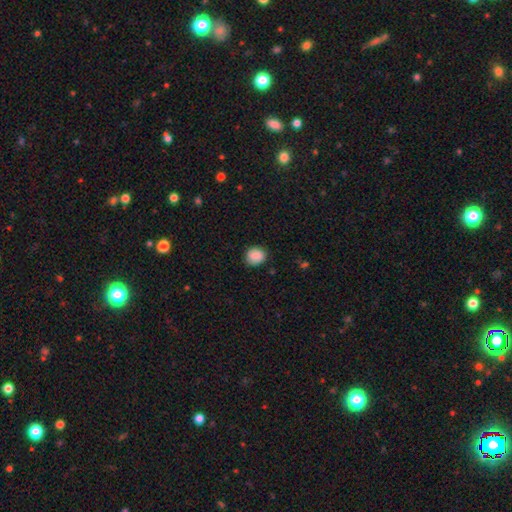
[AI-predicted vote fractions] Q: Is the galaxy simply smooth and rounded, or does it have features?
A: smooth — 88%.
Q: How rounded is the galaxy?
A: round — 75%.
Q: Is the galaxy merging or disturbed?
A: none — 84%.